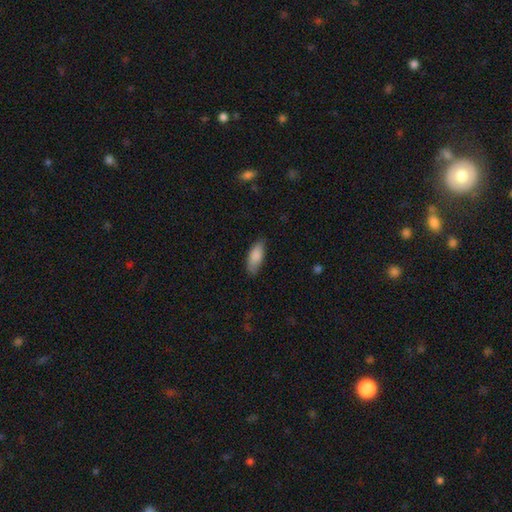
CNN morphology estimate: A smooth galaxy with no disk features (86%) that is in between round and cigar-shaped (82%). Merging: none (75%).